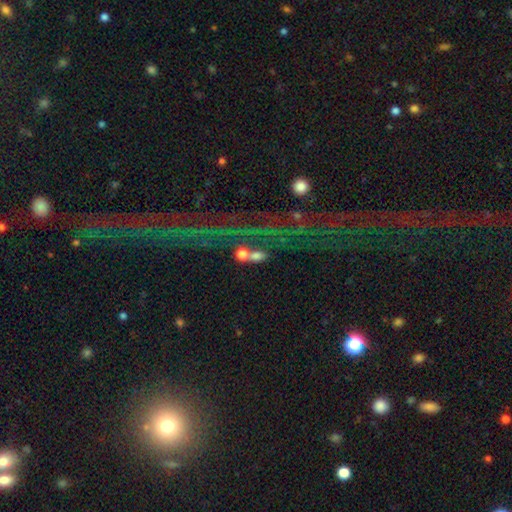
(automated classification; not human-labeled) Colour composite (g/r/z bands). It shows a smooth galaxy with no disk features (65%) that is in between round and cigar-shaped (50%). Merging: merger (40%, tied with none).